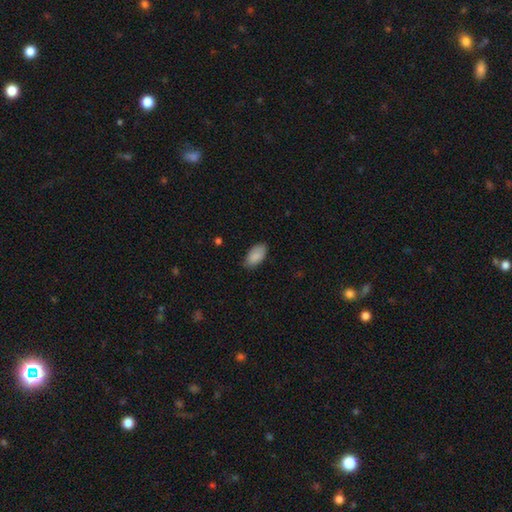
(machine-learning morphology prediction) Q: Smooth or featured?
A: smooth (89%); runner-up: star or artifact (6%)
Q: How rounded?
A: in between (95%); runner-up: cigar-shaped (3%)
Q: Merging?
A: none (79%); runner-up: minor disturbance (17%)